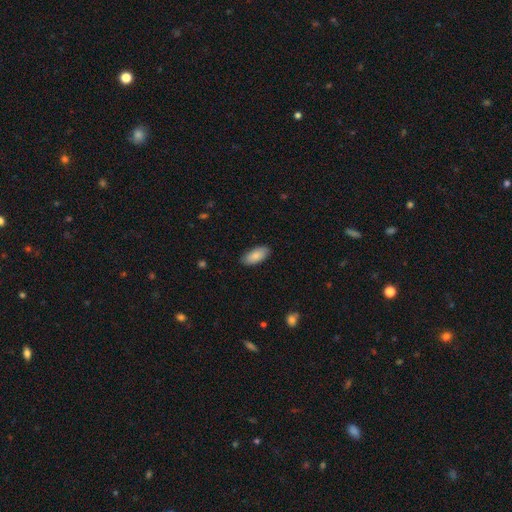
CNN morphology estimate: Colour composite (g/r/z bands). It shows a smooth galaxy with no disk features (87%) that is in between round and cigar-shaped (91%). Merging: none (87%).